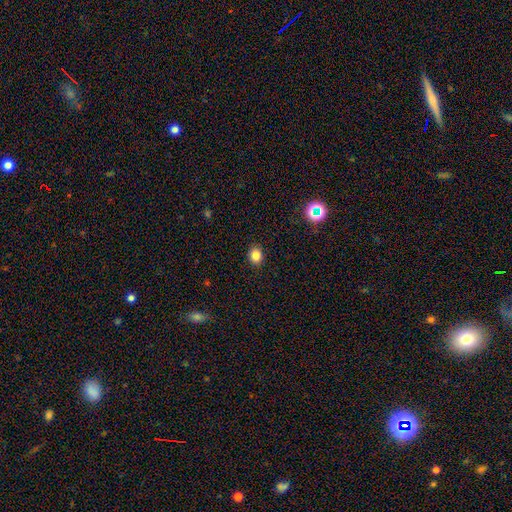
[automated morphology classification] smooth-or-featured: smooth: 83% | star or artifact: 12% | featured or disk: 5%
  how-rounded: round: 59% | in between: 40% | cigar-shaped: 1%
  merging: none: 90% | minor disturbance: 7% | major disturbance: 2% | merger: 1%